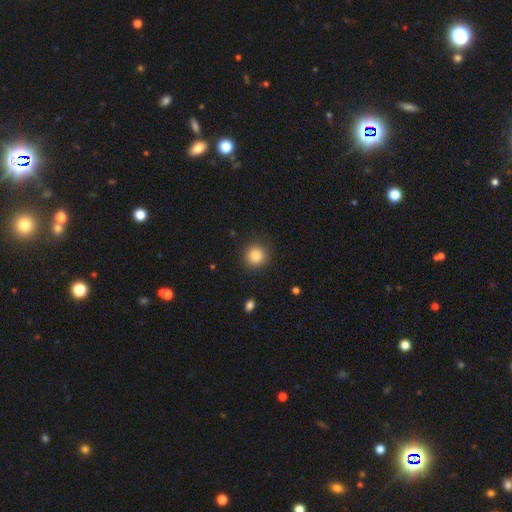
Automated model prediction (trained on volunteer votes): The model was most divided on "smooth or featured": smooth: 84%, star or artifact: 10%, featured or disk: 6%. More confident: how rounded — round (92%); merging — none (89%).